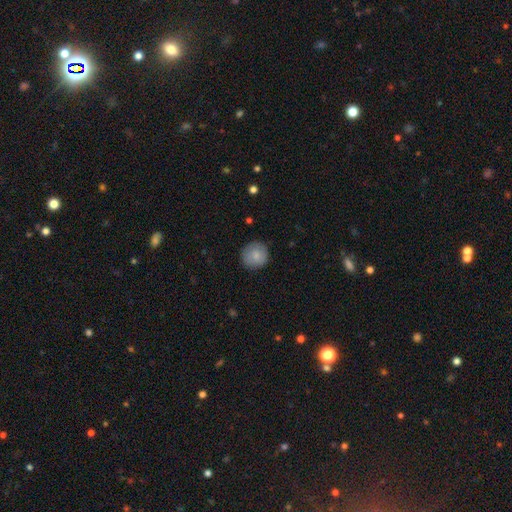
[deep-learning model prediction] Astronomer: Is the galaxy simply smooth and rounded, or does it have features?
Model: smooth — 82%.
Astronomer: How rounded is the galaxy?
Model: round — 92%.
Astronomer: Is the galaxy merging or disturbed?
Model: none — 86%.